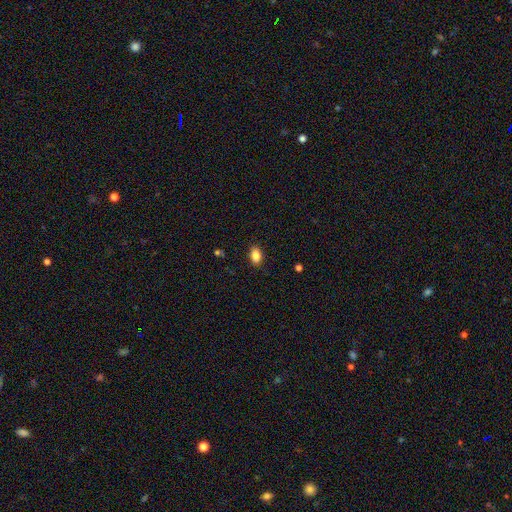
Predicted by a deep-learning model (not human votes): Smooth or featured: smooth — 85% (star or artifact — 9%)
How rounded: in between — 85% (round — 13%)
Merging: none — 86% (minor disturbance — 10%)